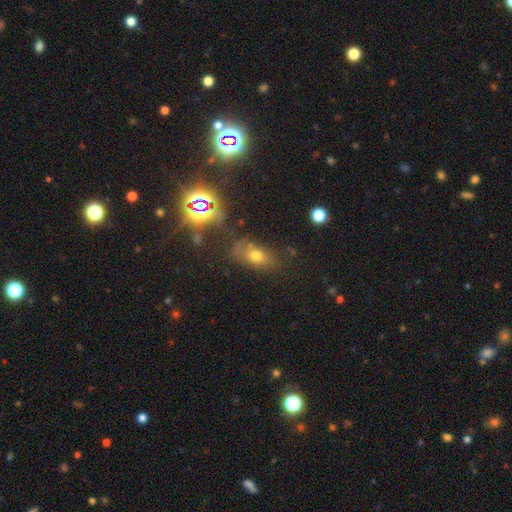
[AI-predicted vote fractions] smooth-or-featured: smooth: 58% | star or artifact: 26% | featured or disk: 16%
  how-rounded: in between: 77% | round: 19% | cigar-shaped: 4%
  merging: none: 58% | minor disturbance: 22% | major disturbance: 13% | merger: 7%